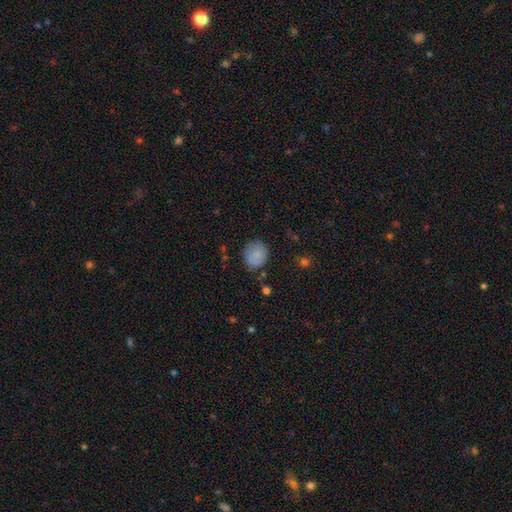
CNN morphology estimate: type=smooth (83%); roundness=round (83%); merging=none (79%).